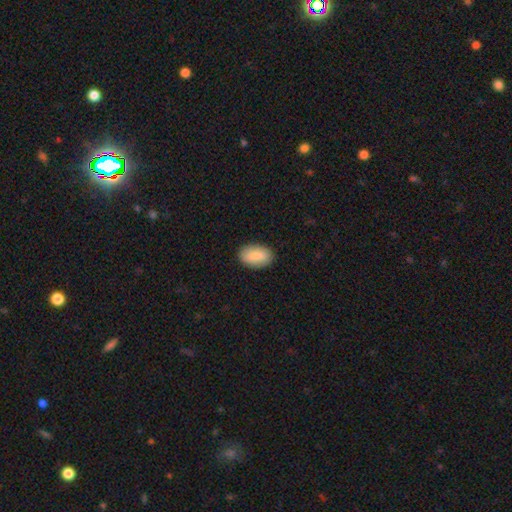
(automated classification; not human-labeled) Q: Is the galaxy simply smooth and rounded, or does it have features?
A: smooth — 86%.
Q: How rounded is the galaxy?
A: in between — 93%.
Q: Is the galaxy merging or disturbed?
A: none — 88%.